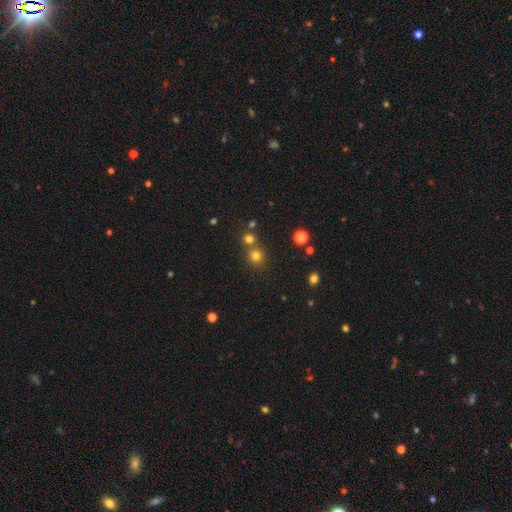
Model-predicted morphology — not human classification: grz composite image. It shows a smooth galaxy with no disk features (74%) that is round (91%). Merging: none (67%).